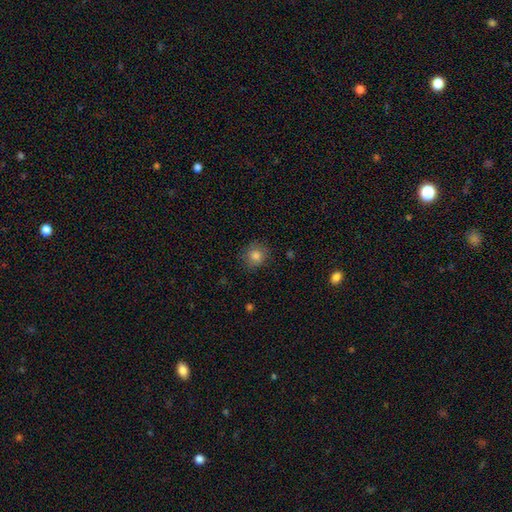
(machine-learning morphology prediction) smooth_or_featured: smooth (p=0.83) [alt: star or artifact p=0.11]
how_rounded: round (p=0.83) [alt: in between p=0.16]
merging: none (p=0.83) [alt: minor disturbance p=0.13]